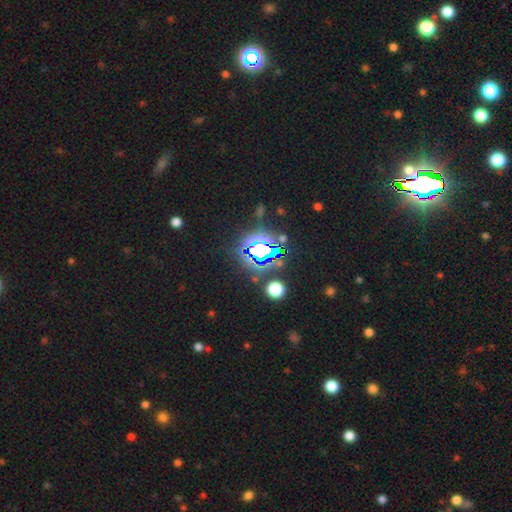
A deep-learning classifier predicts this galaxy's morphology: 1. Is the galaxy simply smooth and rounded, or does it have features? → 81% star or artifact, 12% smooth, 7% featured or disk.